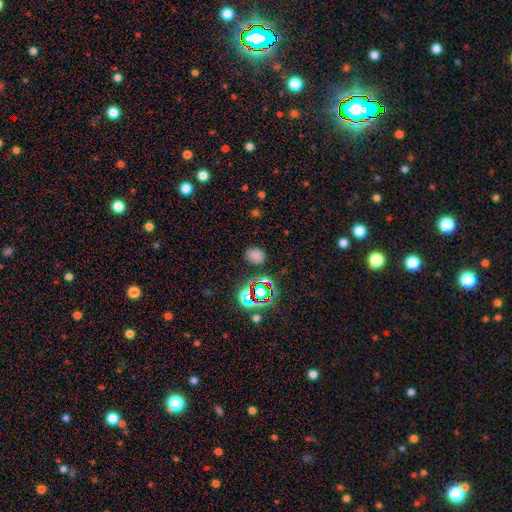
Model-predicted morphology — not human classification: smooth 68%, star or artifact 26%, featured or disk 6%. Down the decision tree: how rounded — round (51%); merging — none (81%).